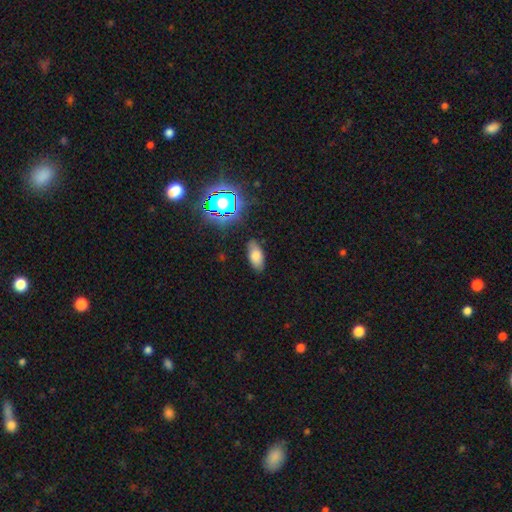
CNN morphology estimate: A smooth galaxy with no disk features (74%) that is in between round and cigar-shaped (89%). Merging: none (84%).